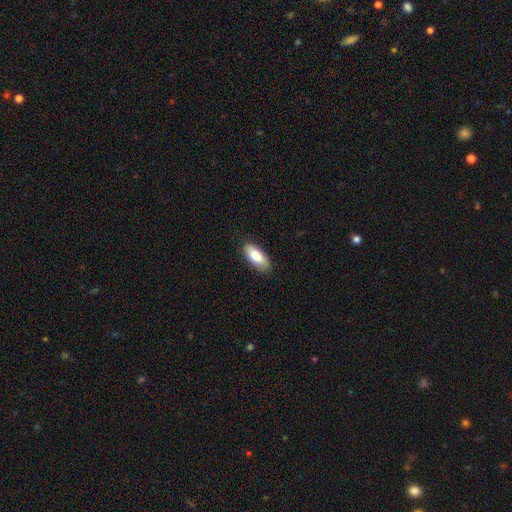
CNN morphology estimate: Smooth or featured? smooth (82%)
How rounded? in between (86%)
Merging? none (85%)